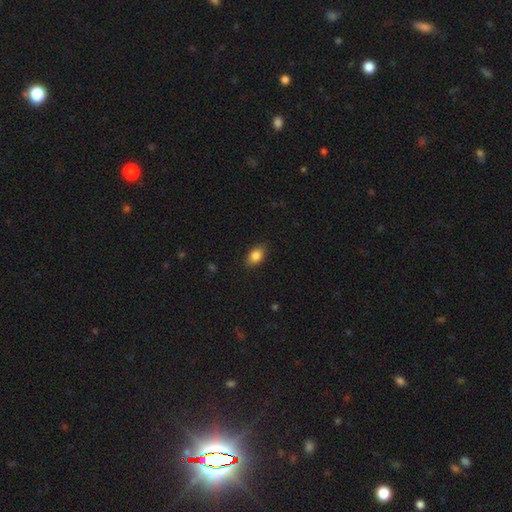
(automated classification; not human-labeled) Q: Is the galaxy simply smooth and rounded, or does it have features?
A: smooth — 86%.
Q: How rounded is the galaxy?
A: in between — 83%.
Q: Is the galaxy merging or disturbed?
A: none — 85%.